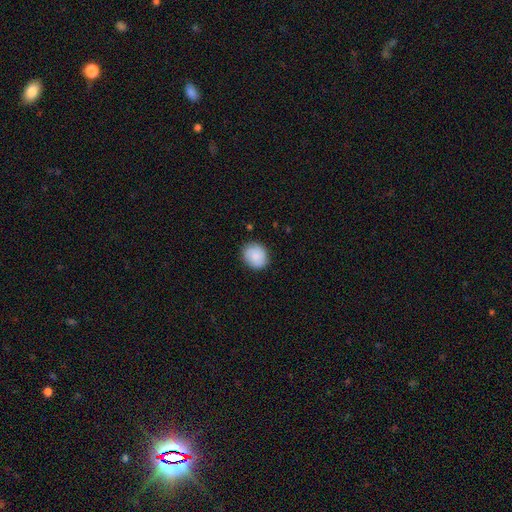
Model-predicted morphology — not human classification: This appears to be a smooth galaxy with no disk features (85%) that is round (70%). Merging: none (84%).